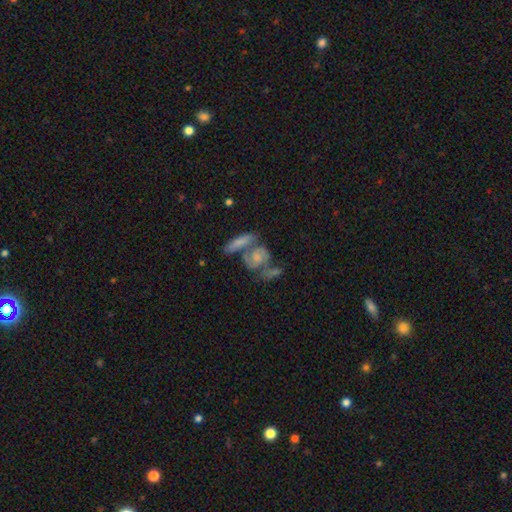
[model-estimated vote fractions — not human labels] Morphology: type=featured or disk (55%); edge-on=no (86%); merging=merger (39%).